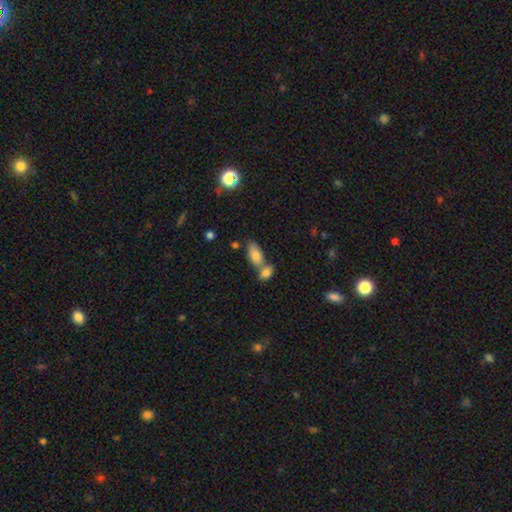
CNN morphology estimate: Smooth or featured: smooth — 81% (featured or disk — 11%)
How rounded: in between — 90% (cigar-shaped — 6%)
Merging: merger — 49% (none — 38%)